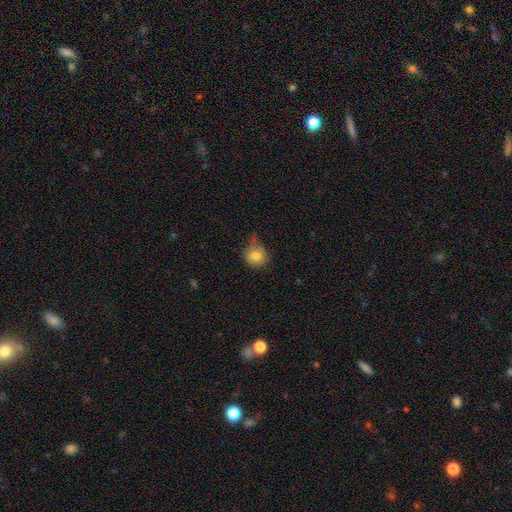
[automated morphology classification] smooth 78%, featured or disk 12%, star or artifact 10%. Down the decision tree: how rounded — round (82%); merging — none (44%).